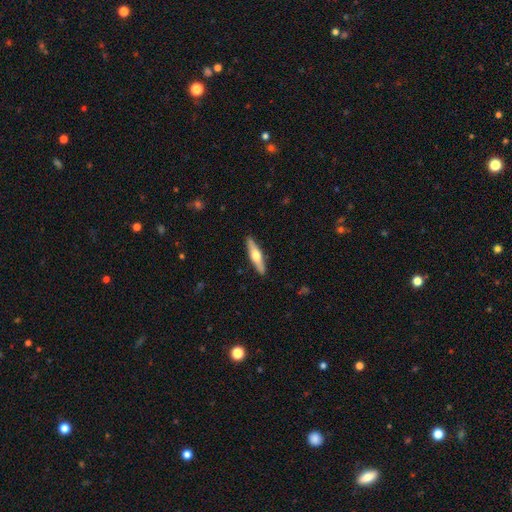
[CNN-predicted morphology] This appears to be a featured or disk galaxy (53%) viewed edge-on (93%). Merging: none (90%).